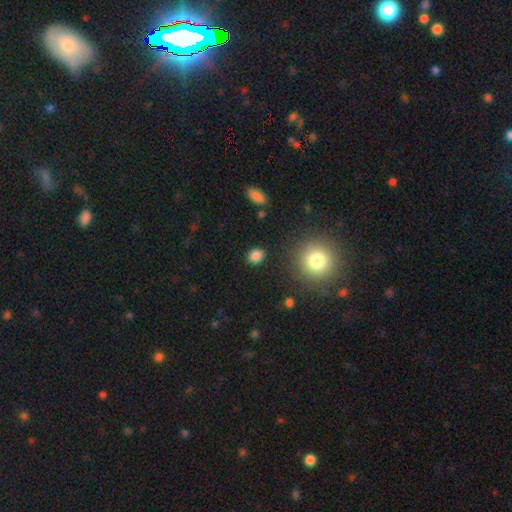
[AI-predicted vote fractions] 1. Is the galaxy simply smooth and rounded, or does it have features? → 84% smooth, 12% star or artifact, 4% featured or disk.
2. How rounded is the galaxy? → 65% round, 34% in between, 1% cigar-shaped.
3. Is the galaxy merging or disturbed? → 87% none, 8% minor disturbance, 3% major disturbance, 2% merger.